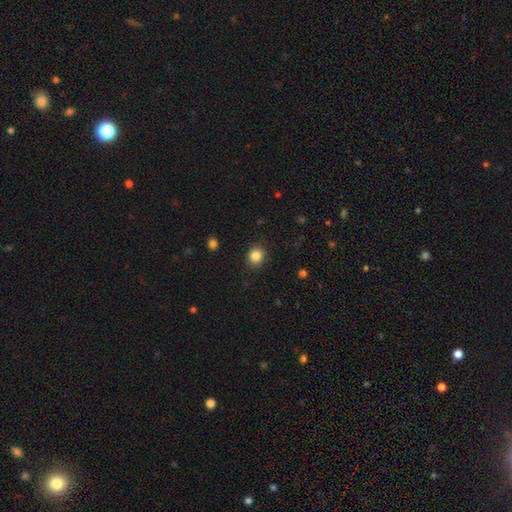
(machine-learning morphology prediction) This is clearly a smooth galaxy (85%). How rounded: clearly round (80%). Merging: clearly none (89%).